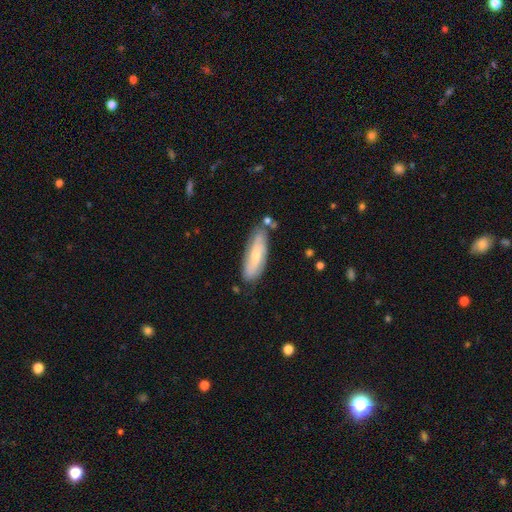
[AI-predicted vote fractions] A smooth galaxy with no disk features (47%). Merging: none (71%).